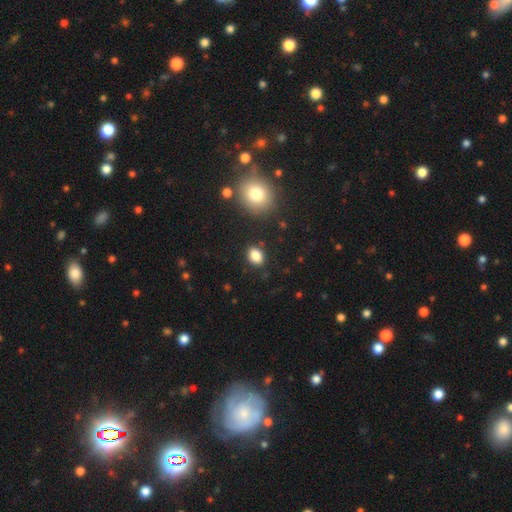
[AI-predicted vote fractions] A smooth galaxy with no disk features (85%) that is in between round and cigar-shaped (67%).

Vote fractions:
- Smooth or featured? smooth: 85% / star or artifact: 10% / featured or disk: 5%
- How rounded? in between: 67% / round: 32% / cigar-shaped: 1%
- Merging? none: 86% / minor disturbance: 9% / major disturbance: 3% / merger: 2%